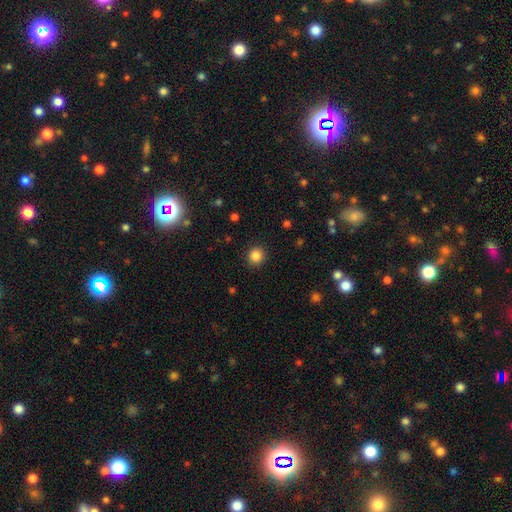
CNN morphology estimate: smooth-or-featured: smooth: 85% | star or artifact: 11% | featured or disk: 4%
  how-rounded: round: 91% | in between: 8% | cigar-shaped: 1%
  merging: none: 91% | minor disturbance: 6% | major disturbance: 2% | merger: 1%